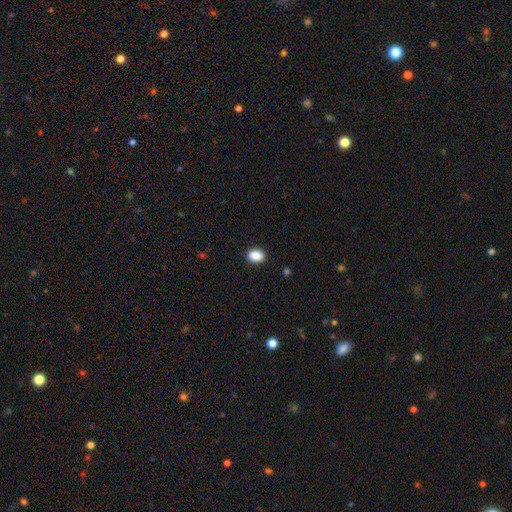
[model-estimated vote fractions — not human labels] smooth-or-featured: smooth: 89% | star or artifact: 8% | featured or disk: 3%
  how-rounded: in between: 69% | round: 30% | cigar-shaped: 1%
  merging: none: 89% | minor disturbance: 8% | major disturbance: 2% | merger: 1%